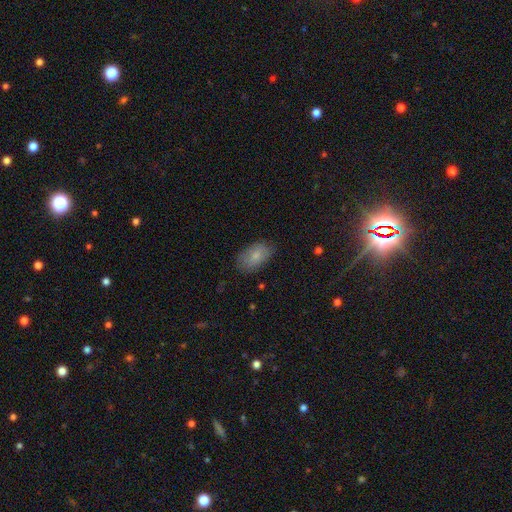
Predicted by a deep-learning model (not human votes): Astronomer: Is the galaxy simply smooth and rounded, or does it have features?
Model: smooth — 81%.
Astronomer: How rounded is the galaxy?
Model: in between — 93%.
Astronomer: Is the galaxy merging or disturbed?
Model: none — 79%.